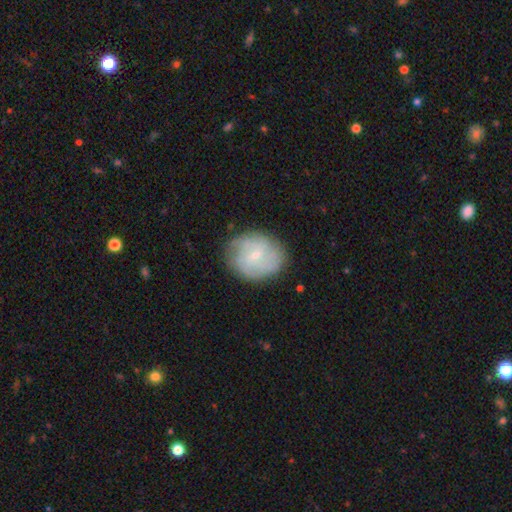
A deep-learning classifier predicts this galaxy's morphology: Q: Smooth or featured?
A: featured or disk (59%); runner-up: smooth (33%)
Q: Edge-on disk?
A: no (97%); runner-up: yes (3%)
Q: Bar?
A: weak (49%); runner-up: no (43%)
Q: Spiral arms?
A: yes (82%); runner-up: no (18%)
Q: Bulge size?
A: small (76%); runner-up: moderate (19%)
Q: Merging?
A: none (77%); runner-up: minor disturbance (16%)